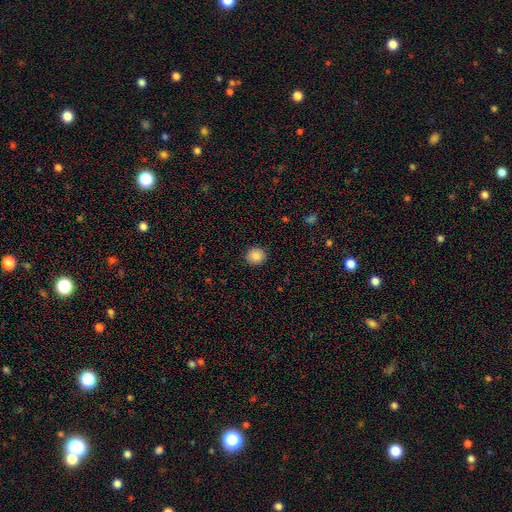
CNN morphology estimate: smooth_or_featured: smooth (p=0.87) [alt: star or artifact p=0.09]
how_rounded: round (p=0.86) [alt: in between p=0.13]
merging: none (p=0.91) [alt: minor disturbance p=0.07]